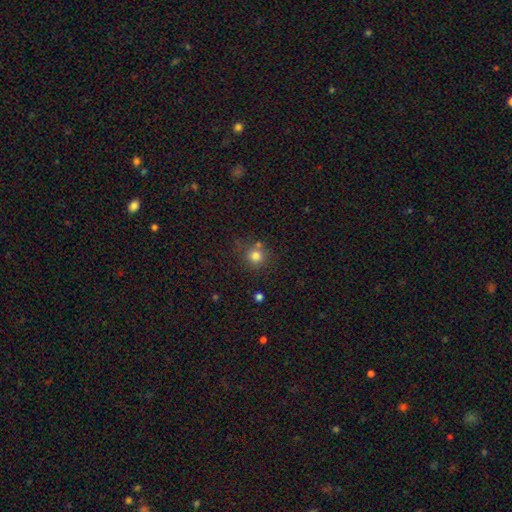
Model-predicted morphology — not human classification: The model was most divided on "merging": none: 72%, merger: 13%, minor disturbance: 11%, major disturbance: 4%. More confident: how rounded — round (92%); smooth or featured — smooth (79%).